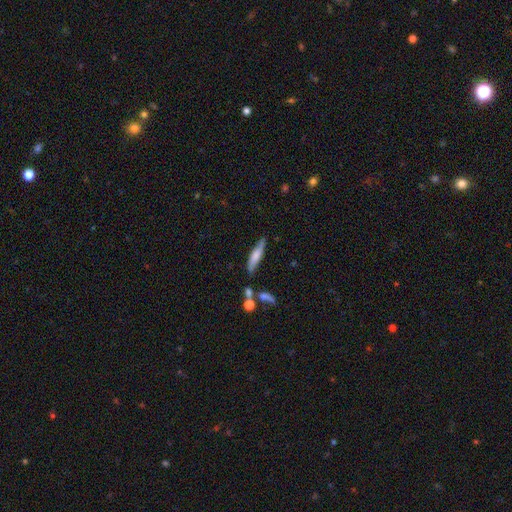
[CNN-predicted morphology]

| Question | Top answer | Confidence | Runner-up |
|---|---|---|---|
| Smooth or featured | smooth | 62% | featured or disk (32%) |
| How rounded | cigar-shaped | 80% | in between (18%) |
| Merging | none | 71% | minor disturbance (18%) |